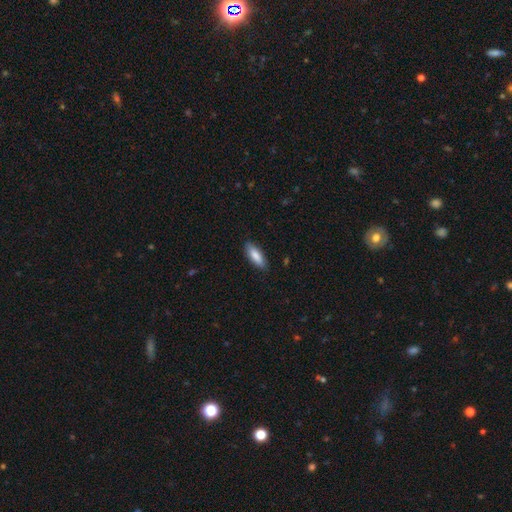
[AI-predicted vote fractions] smooth_or_featured: smooth (p=0.85) [alt: featured or disk p=0.09]
how_rounded: in between (p=0.63) [alt: cigar-shaped p=0.35]
merging: none (p=0.87) [alt: minor disturbance p=0.10]